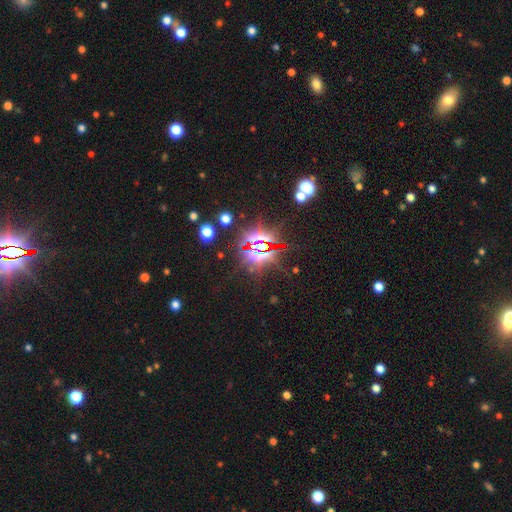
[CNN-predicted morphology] This is clearly a star or artifact rather than a galaxy (85%).